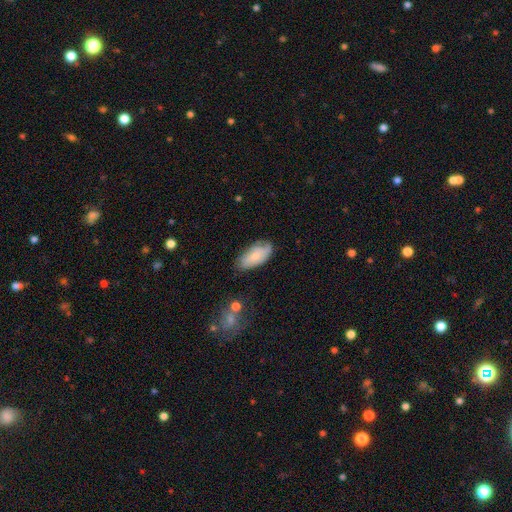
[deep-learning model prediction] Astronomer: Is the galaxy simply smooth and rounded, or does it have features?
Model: smooth — 60%.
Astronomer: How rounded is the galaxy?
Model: in between — 91%.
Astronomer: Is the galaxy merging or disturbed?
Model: none — 64%.